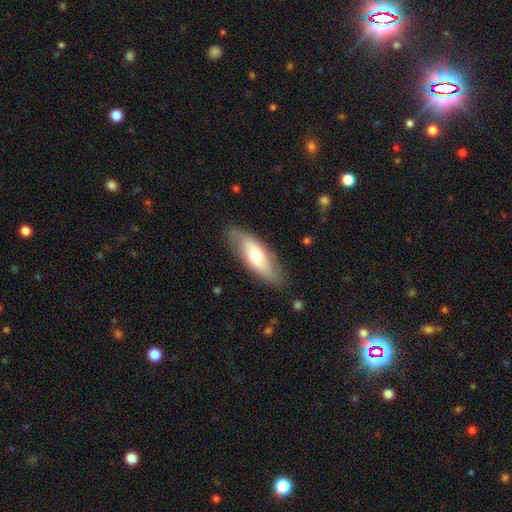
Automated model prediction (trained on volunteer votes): A smooth galaxy with no disk features (56%) that is in between round and cigar-shaped (66%). Merging: none (81%).